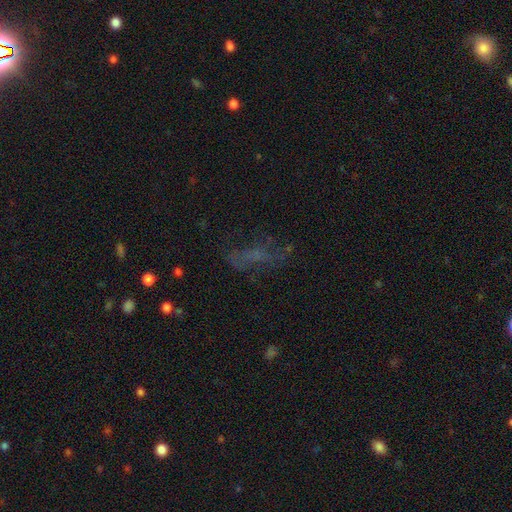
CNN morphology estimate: This is marginally a smooth galaxy (39%). Merging: possibly none (49%).